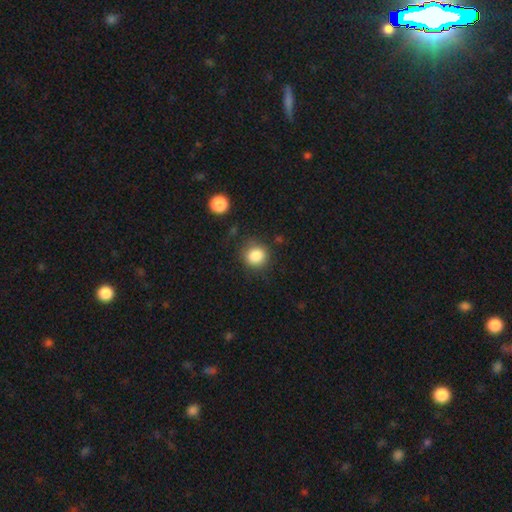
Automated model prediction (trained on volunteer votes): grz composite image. It shows a smooth galaxy with no disk features (85%) that is round (81%). Merging: none (79%).